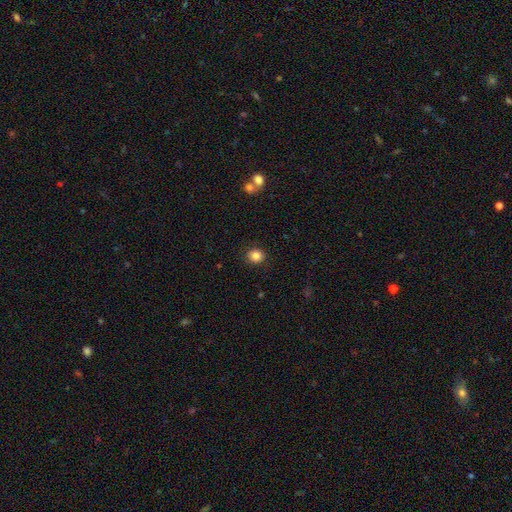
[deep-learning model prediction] This appears to be a smooth galaxy with no disk features (85%) that is round (78%). Merging: none (89%).